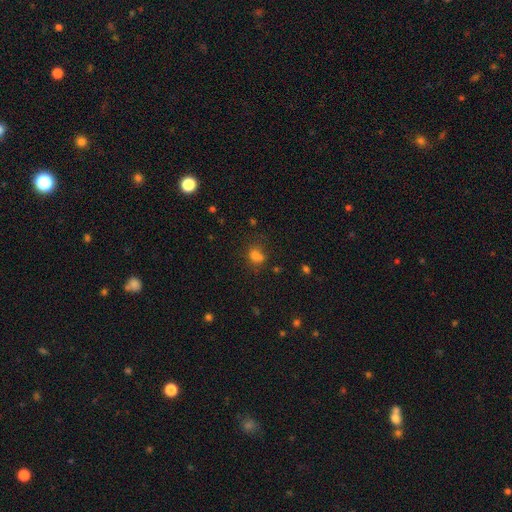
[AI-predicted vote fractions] This appears to be a smooth galaxy with no disk features (72%) that is round (59%). Merging: none (46%).